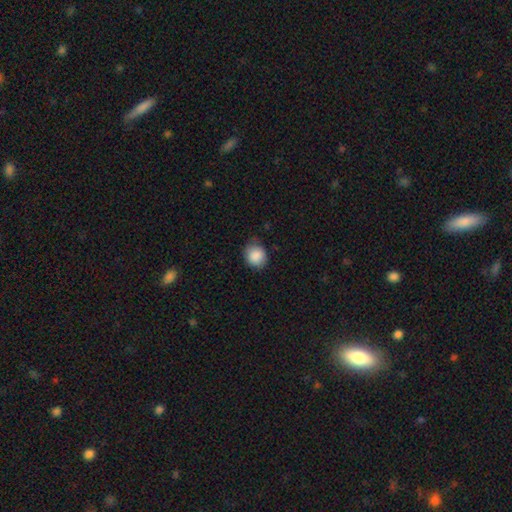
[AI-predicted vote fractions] Smooth or featured? Predicted: smooth (p=0.88). How rounded? Predicted: round (p=0.68). Merging? Predicted: none (p=0.73).